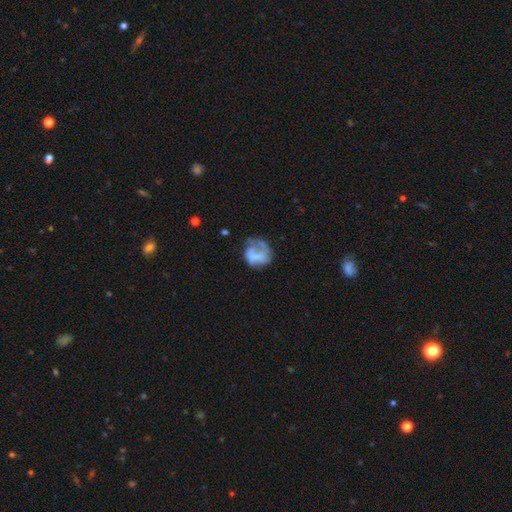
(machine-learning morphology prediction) smooth-or-featured: featured or disk: 48% | smooth: 44% | star or artifact: 9%
  merging: none: 37% | major disturbance: 34% | minor disturbance: 25% | merger: 4%